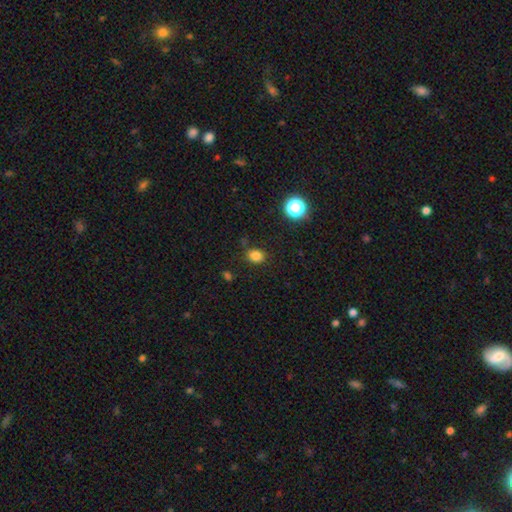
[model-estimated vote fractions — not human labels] Q: Smooth or featured?
A: smooth (81%); runner-up: star or artifact (14%)
Q: How rounded?
A: round (50%); runner-up: in between (49%)
Q: Merging?
A: none (83%); runner-up: minor disturbance (11%)